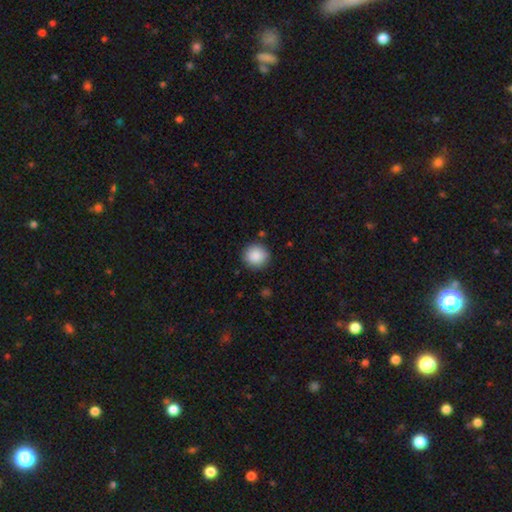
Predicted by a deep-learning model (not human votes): Q: Smooth or featured?
A: smooth (88%); runner-up: star or artifact (8%)
Q: How rounded?
A: round (94%); runner-up: in between (5%)
Q: Merging?
A: none (89%); runner-up: minor disturbance (7%)